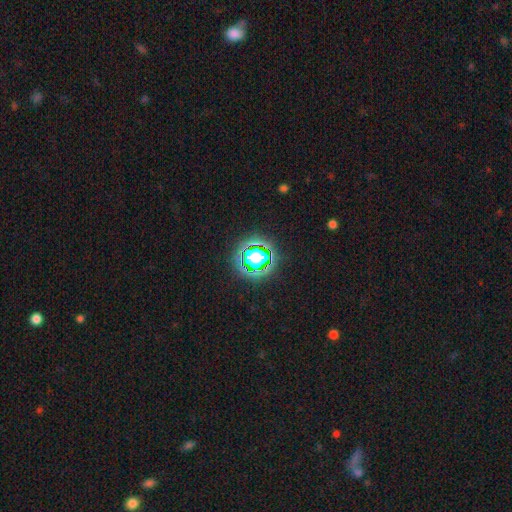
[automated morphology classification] type=star or artifact (80%).